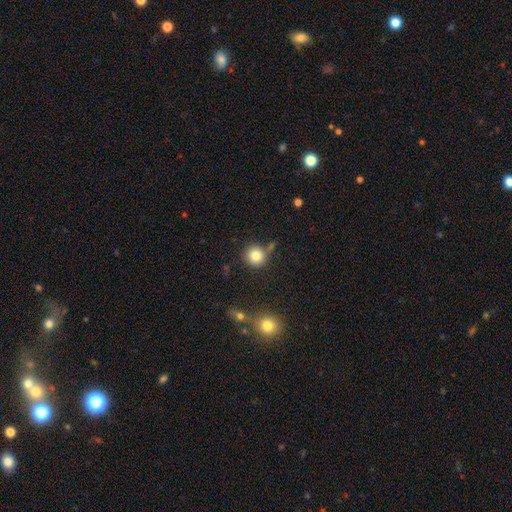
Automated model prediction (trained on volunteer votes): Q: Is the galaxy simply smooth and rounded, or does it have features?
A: smooth — 82%.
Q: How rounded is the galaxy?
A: round — 91%.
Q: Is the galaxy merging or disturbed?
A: none — 76%.